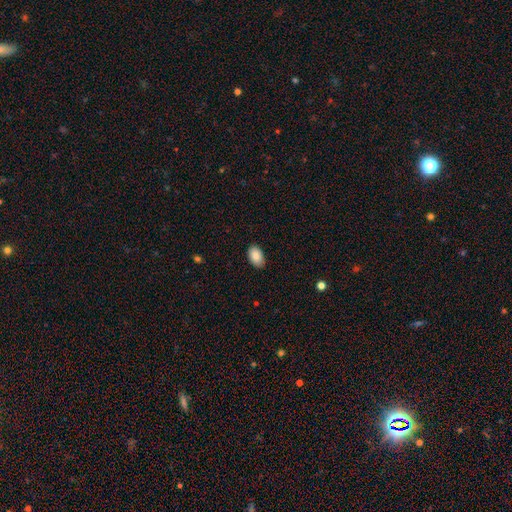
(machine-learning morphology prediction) A smooth galaxy with no disk features (89%) that is in between round and cigar-shaped (93%). Merging: none (86%).